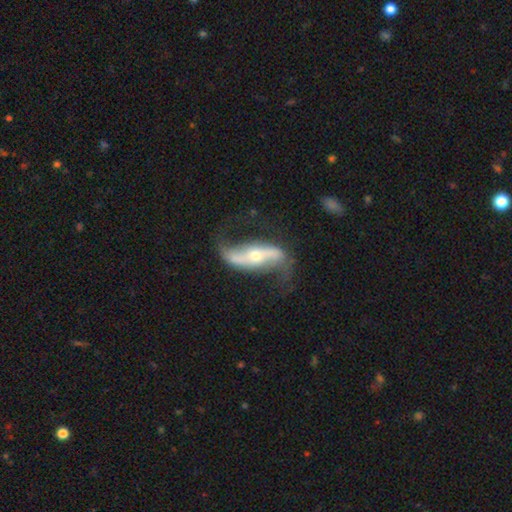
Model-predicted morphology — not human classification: Smooth or featured?
  - featured or disk: 87% *
  - smooth: 8%
  - star or artifact: 5%
Edge-on disk?
  - no: 88% *
  - yes: 12%
Bar?
  - strong: 51% *
  - no: 29%
  - weak: 20%
Spiral arms?
  - yes: 93% *
  - no: 7%
Spiral winding?
  - loose: 83% *
  - medium: 12%
  - tight: 5%
Spiral arm count?
  - 2: 92% *
  - 1: 3%
  - can't tell: 2%
  - 3: 1%
  - 4: 1%
  - more than 4: 1%
Bulge size?
  - moderate: 47% * (tied)
  - small: 47% * (tied)
  - large: 3%
  - dominant: 1%
  - none: 1%
Merging?
  - none: 68% *
  - minor disturbance: 17%
  - major disturbance: 12%
  - merger: 3%